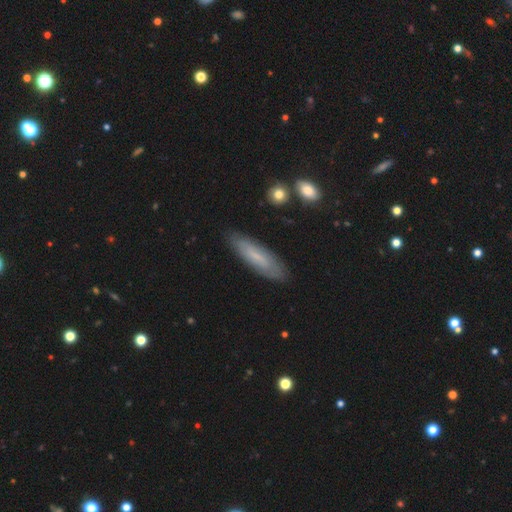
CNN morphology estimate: smooth_or_featured: smooth (p=0.61) [alt: featured or disk p=0.31]
how_rounded: cigar-shaped (p=0.62) [alt: in between p=0.36]
merging: none (p=0.86) [alt: minor disturbance p=0.10]